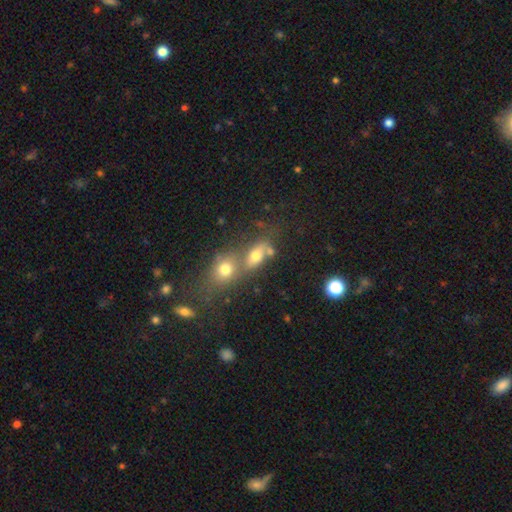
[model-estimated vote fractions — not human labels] A smooth galaxy with no disk features (68%) that is in between round and cigar-shaped (73%).

Vote fractions:
- Smooth or featured? smooth: 68% / featured or disk: 17% / star or artifact: 15%
- How rounded? in between: 73% / round: 20% / cigar-shaped: 7%
- Merging? merger: 48% / none: 37% / minor disturbance: 10% / major disturbance: 6%